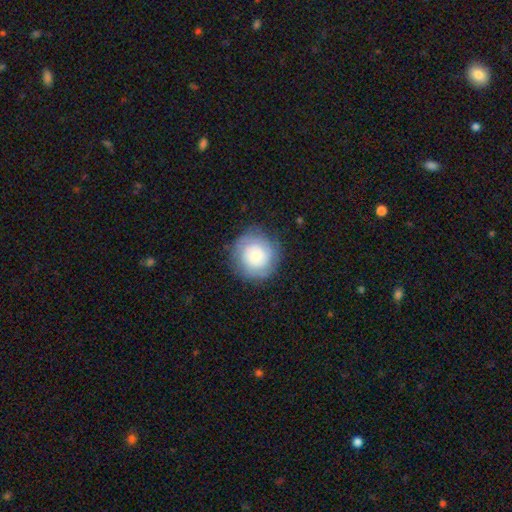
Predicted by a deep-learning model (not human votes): A smooth galaxy with no disk features (57%) that is round (93%).

Vote fractions:
- Smooth or featured? smooth: 57% / featured or disk: 35% / star or artifact: 8%
- How rounded? round: 93% / in between: 6% / cigar-shaped: 1%
- Merging? none: 81% / minor disturbance: 13% / major disturbance: 5% / merger: 1%